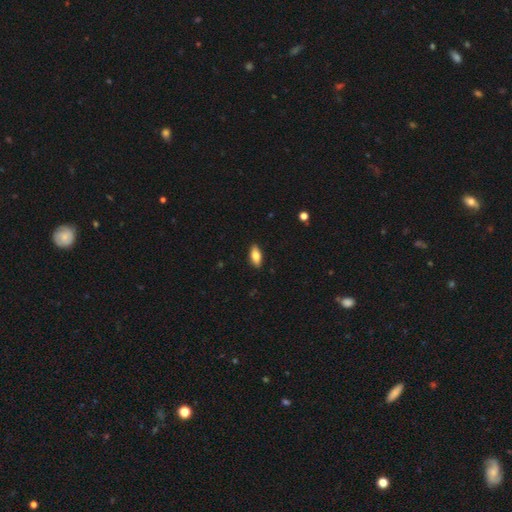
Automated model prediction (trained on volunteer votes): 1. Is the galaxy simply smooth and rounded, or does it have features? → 81% smooth, 12% featured or disk, 7% star or artifact.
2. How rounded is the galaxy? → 86% in between, 11% cigar-shaped, 3% round.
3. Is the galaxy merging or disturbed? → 89% none, 8% minor disturbance, 2% major disturbance, 1% merger.